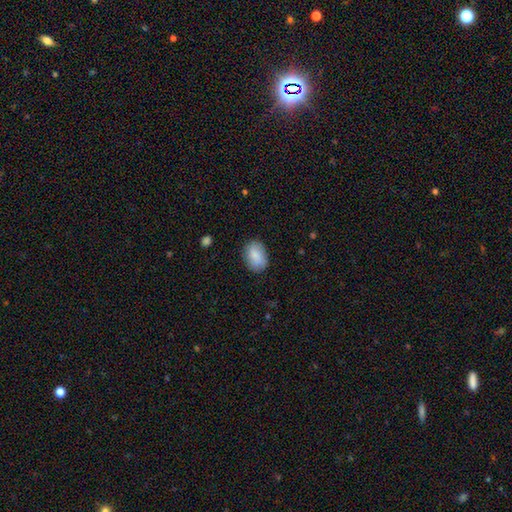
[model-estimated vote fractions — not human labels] smooth_or_featured: smooth (p=0.86) [alt: featured or disk p=0.08]
how_rounded: in between (p=0.82) [alt: round p=0.17]
merging: none (p=0.82) [alt: minor disturbance p=0.14]